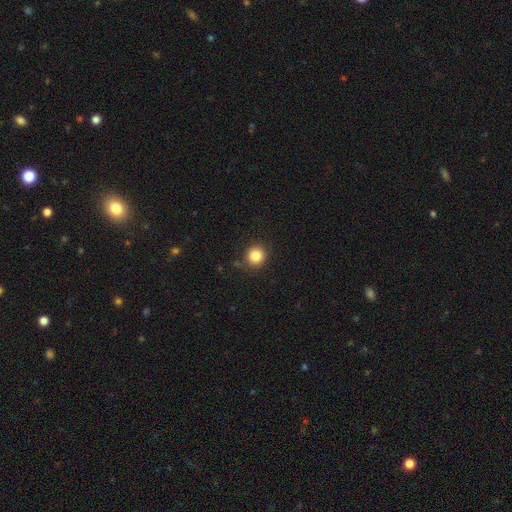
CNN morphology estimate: This appears to be a smooth galaxy with no disk features (84%) that is round (91%). Merging: none (88%).